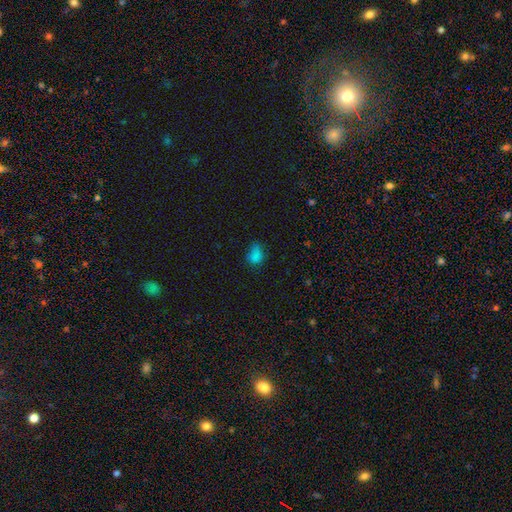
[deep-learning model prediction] Morphology: type=smooth (77%); roundness=in between (74%); merging=none (52%).